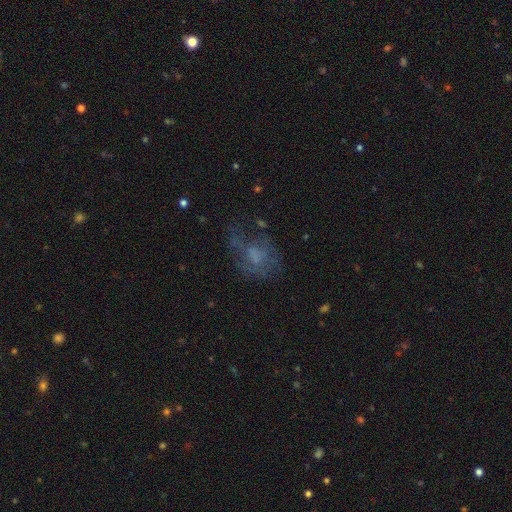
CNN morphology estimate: A featured or disk galaxy (42%). Merging: none (41%).